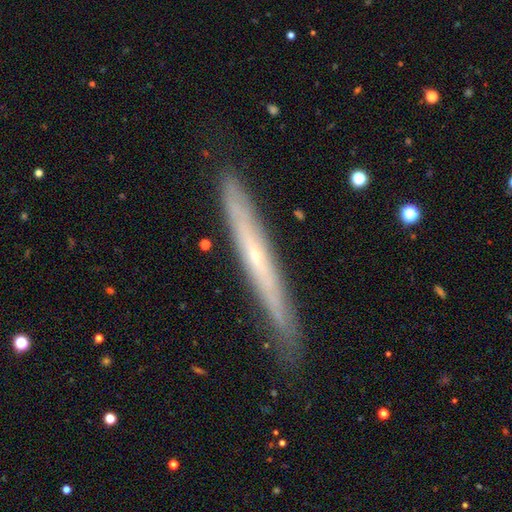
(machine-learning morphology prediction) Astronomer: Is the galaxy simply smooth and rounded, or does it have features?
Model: featured or disk — 67%.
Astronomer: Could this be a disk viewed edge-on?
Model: yes — 89%.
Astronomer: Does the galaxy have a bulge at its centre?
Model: none — 53% (runner-up: rounded, 44%).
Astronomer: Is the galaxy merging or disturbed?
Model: none — 83%.